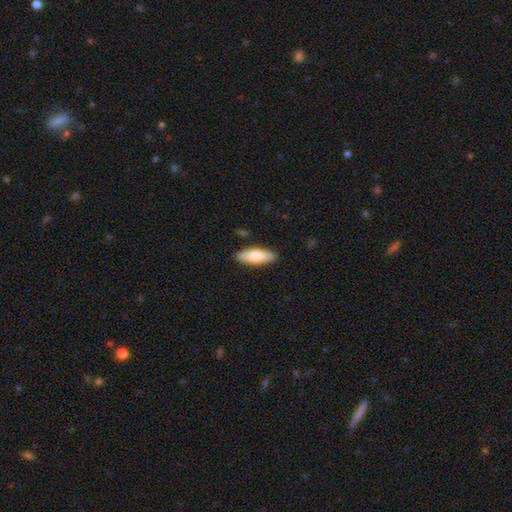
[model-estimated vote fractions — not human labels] smooth-or-featured: smooth: 74% | featured or disk: 20% | star or artifact: 6%
  how-rounded: in between: 62% | cigar-shaped: 36% | round: 2%
  merging: none: 88% | minor disturbance: 8% | major disturbance: 2% | merger: 1%